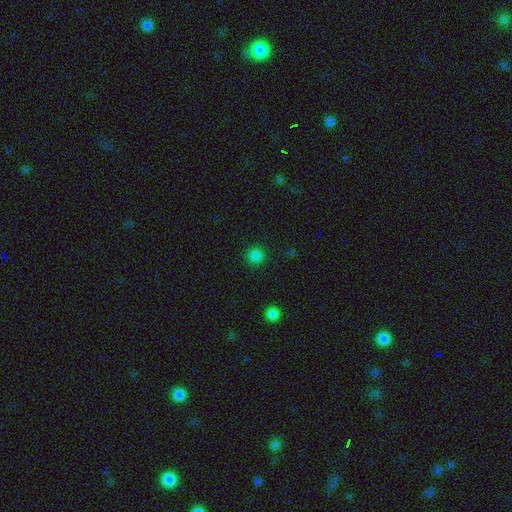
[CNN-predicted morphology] smooth 83%, star or artifact 15%, featured or disk 3%. Down the decision tree: how rounded — round (94%); merging — none (91%).